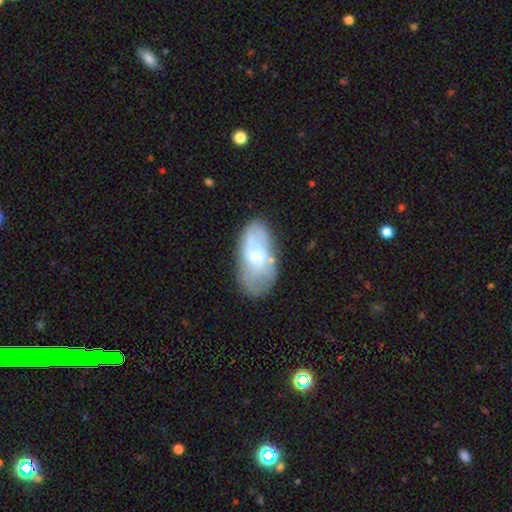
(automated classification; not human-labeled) Smooth or featured? featured or disk (48%)
Merging? none (59%)